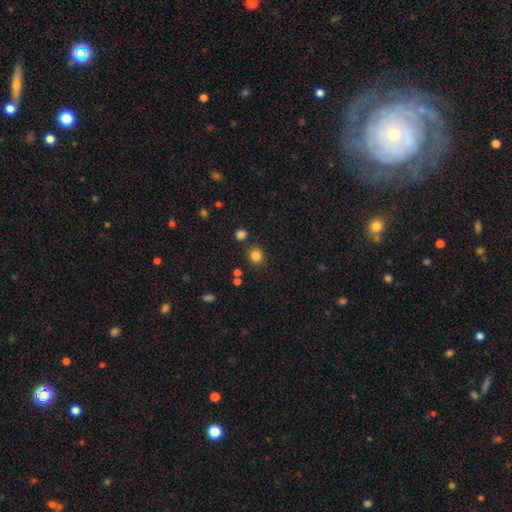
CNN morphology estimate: smooth 82%, star or artifact 13%, featured or disk 5%. Down the decision tree: how rounded — round (83%); merging — none (83%).